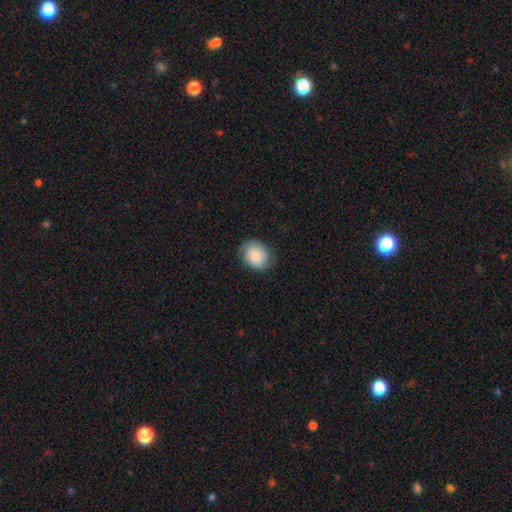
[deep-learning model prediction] smooth-or-featured: smooth: 63% | featured or disk: 29% | star or artifact: 8%
  how-rounded: round: 62% | in between: 38% | cigar-shaped: 1%
  merging: none: 75% | minor disturbance: 18% | major disturbance: 6% | merger: 1%